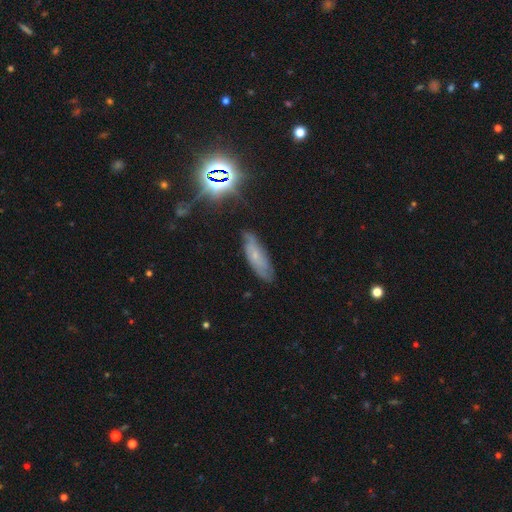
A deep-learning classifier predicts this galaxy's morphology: Smooth or featured?
  - featured or disk: 43% *
  - smooth: 41%
  - star or artifact: 16%
Merging?
  - none: 71% *
  - minor disturbance: 22%
  - major disturbance: 6%
  - merger: 2%